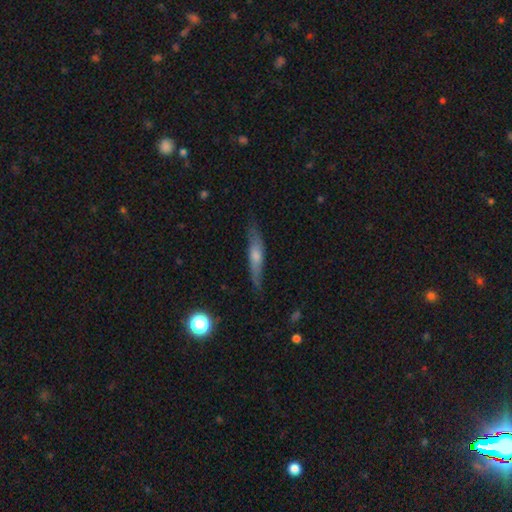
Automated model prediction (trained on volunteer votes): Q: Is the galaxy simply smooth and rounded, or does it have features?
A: featured or disk — 52%.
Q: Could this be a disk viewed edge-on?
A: yes — 86%.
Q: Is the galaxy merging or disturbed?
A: none — 79%.